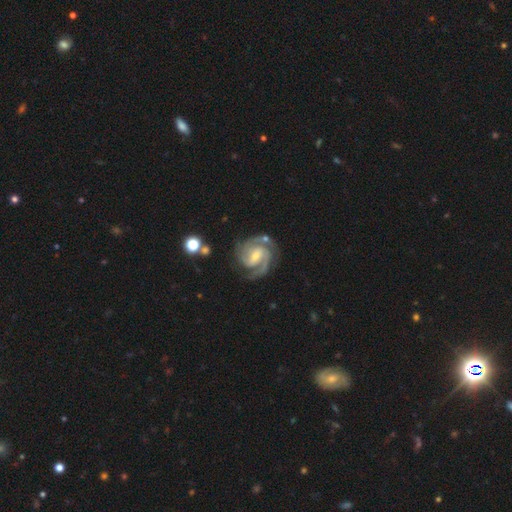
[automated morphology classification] Q: Smooth or featured?
A: featured or disk (93%); runner-up: star or artifact (4%)
Q: Edge-on disk?
A: no (98%); runner-up: yes (2%)
Q: Bar?
A: weak (49%); runner-up: strong (31%)
Q: Spiral arms?
A: yes (99%); runner-up: no (1%)
Q: Spiral winding?
A: tight (57%); runner-up: medium (39%)
Q: Spiral arm count?
A: 2 (63%); runner-up: 3 (25%)
Q: Bulge size?
A: small (51%); runner-up: moderate (43%)
Q: Merging?
A: none (76%); runner-up: minor disturbance (15%)